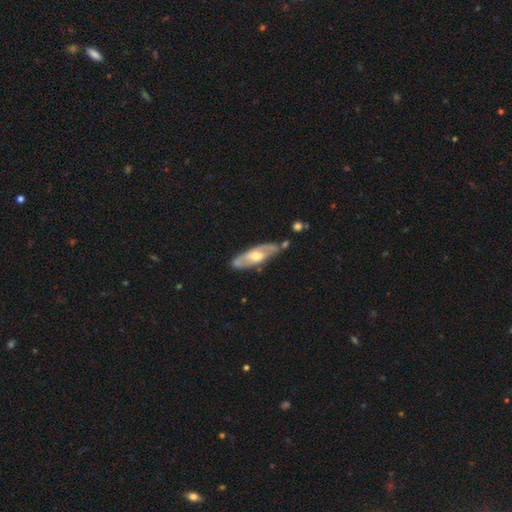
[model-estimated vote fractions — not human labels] Smooth or featured? Predicted: featured or disk (p=0.70). Edge-on disk? Predicted: no (p=0.72). Bar? Predicted: no (p=0.60). Spiral arms? Predicted: yes (p=0.60). Bulge size? Predicted: moderate (p=0.67). Merging? Predicted: none (p=0.70).